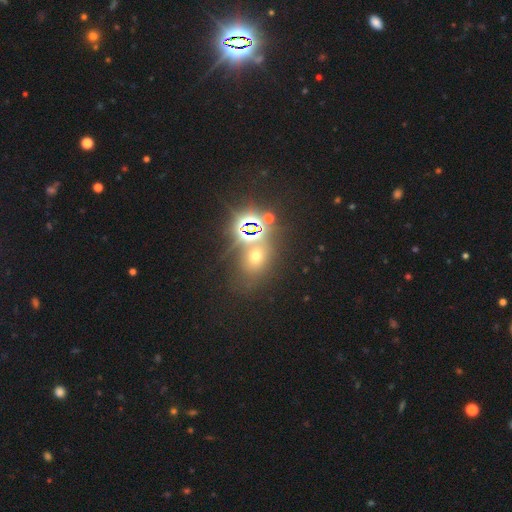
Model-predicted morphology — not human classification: Q: Smooth or featured?
A: star or artifact (49%); runner-up: smooth (39%)